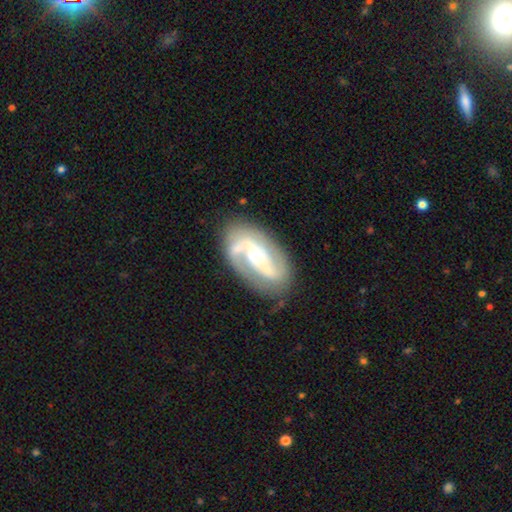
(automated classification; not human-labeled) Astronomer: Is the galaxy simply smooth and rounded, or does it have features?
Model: featured or disk — 86%.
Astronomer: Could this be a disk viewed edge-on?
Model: no — 96%.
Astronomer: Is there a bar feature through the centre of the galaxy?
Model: no — 38% (runner-up: weak, 34%).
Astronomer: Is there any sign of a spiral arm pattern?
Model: yes — 95%.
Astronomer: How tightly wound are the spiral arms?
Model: medium — 47% (runner-up: loose, 28%).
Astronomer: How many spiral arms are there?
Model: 2 — 86%.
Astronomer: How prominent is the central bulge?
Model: small — 48% (runner-up: moderate, 47%).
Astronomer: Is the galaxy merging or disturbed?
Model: none — 77%.